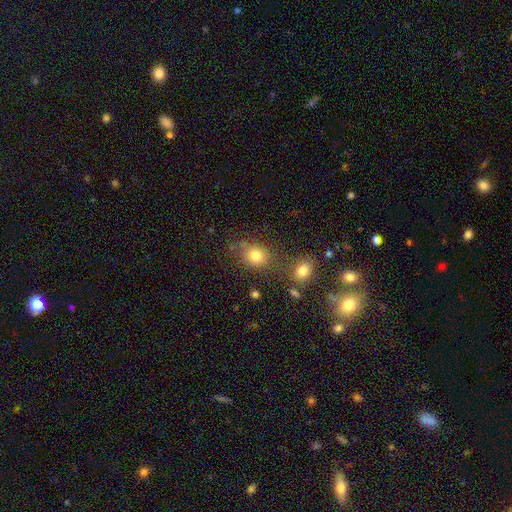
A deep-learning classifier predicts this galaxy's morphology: This appears to be a smooth galaxy with no disk features (80%) that is round (59%). Merging: none (65%).